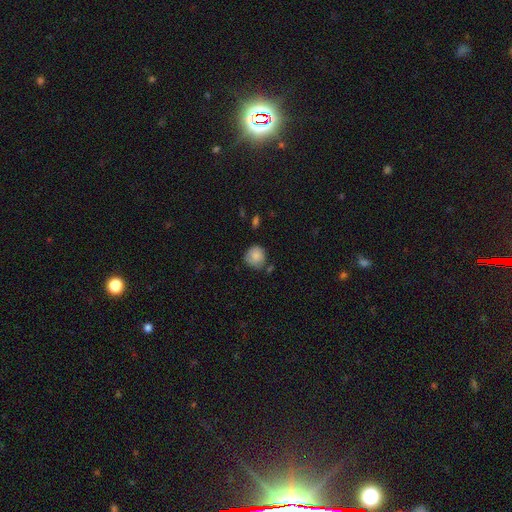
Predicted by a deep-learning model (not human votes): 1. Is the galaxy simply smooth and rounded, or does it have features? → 83% smooth, 9% featured or disk, 8% star or artifact.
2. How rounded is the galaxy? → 88% round, 11% in between, 1% cigar-shaped.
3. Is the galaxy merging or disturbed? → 67% none, 22% minor disturbance, 6% merger, 5% major disturbance.